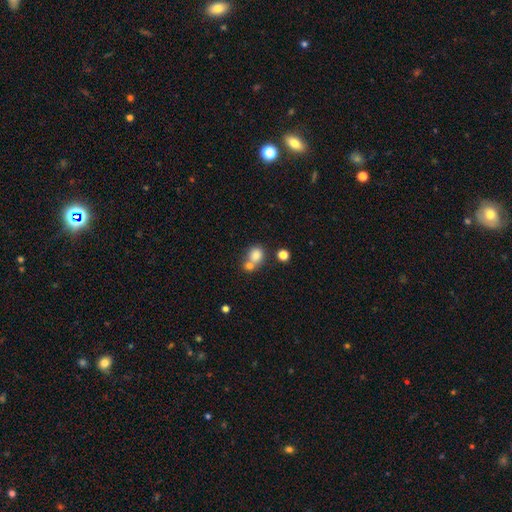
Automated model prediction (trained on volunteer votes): Smooth or featured? smooth (78%)
How rounded? round (74%)
Merging? merger (47%)